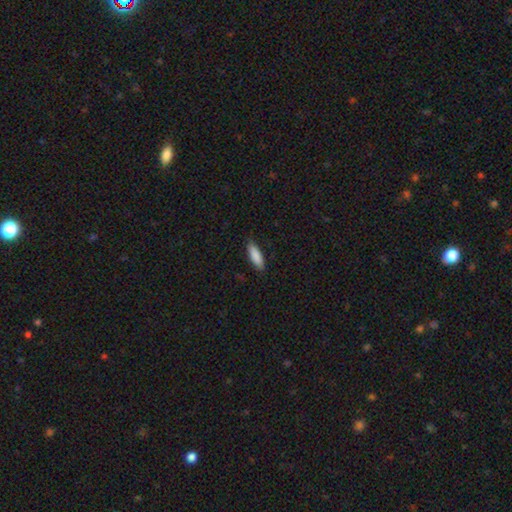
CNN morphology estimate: smooth_or_featured: smooth (p=0.88) [alt: featured or disk p=0.07]
how_rounded: in between (p=0.53) [alt: cigar-shaped p=0.45]
merging: none (p=0.86) [alt: minor disturbance p=0.11]